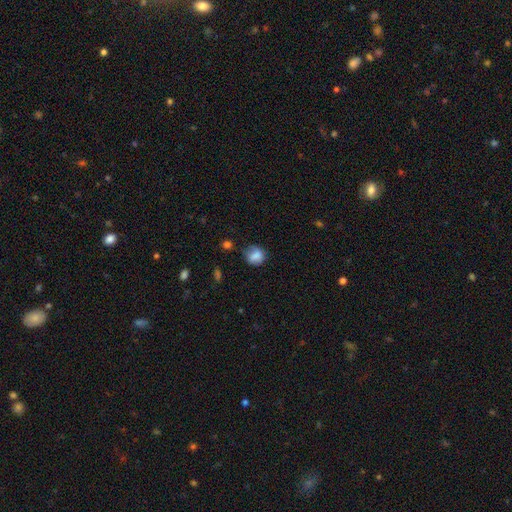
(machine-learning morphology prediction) A smooth galaxy with no disk features (79%) that is round (69%). Merging: none (63%).